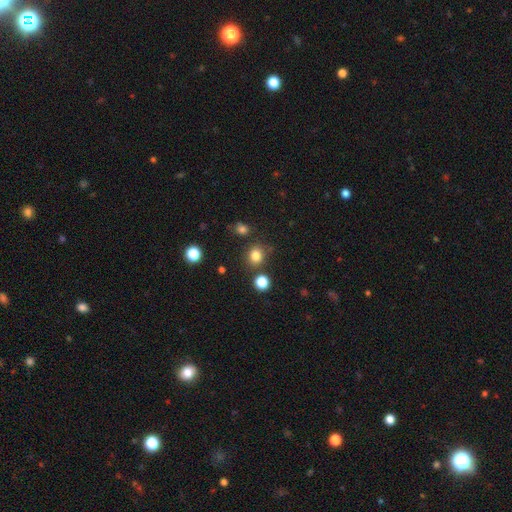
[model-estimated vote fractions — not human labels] A smooth galaxy with no disk features (81%) that is round (78%). Merging: none (80%).